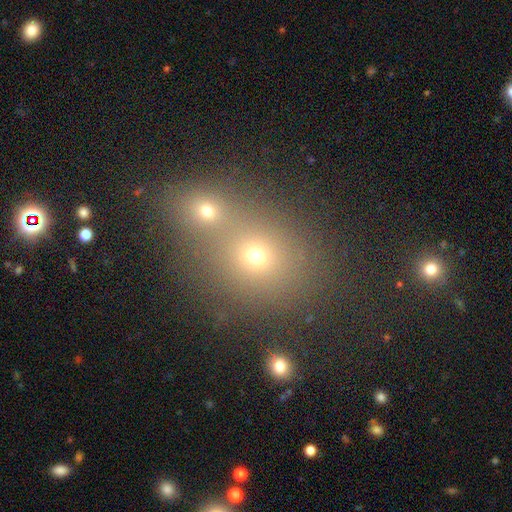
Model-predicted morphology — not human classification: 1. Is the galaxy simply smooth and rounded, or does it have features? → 61% smooth, 26% star or artifact, 13% featured or disk.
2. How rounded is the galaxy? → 71% round, 27% in between, 1% cigar-shaped.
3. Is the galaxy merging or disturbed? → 50% merger, 41% none, 6% minor disturbance, 3% major disturbance.